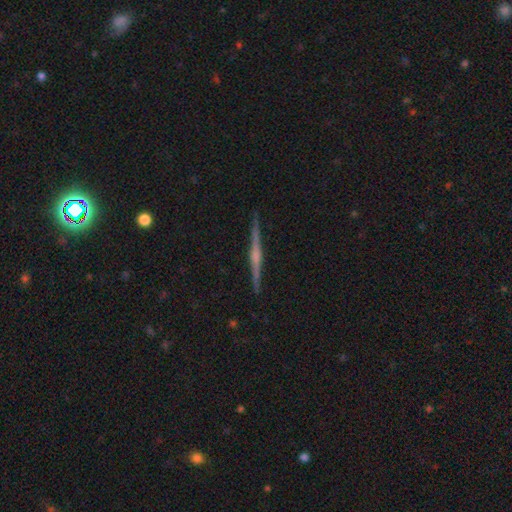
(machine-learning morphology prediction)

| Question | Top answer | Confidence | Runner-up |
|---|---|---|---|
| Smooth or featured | featured or disk | 81% | smooth (13%) |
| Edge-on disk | yes | 99% | no (1%) |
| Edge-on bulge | rounded | 70% | none (15%) |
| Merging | none | 92% | minor disturbance (6%) |